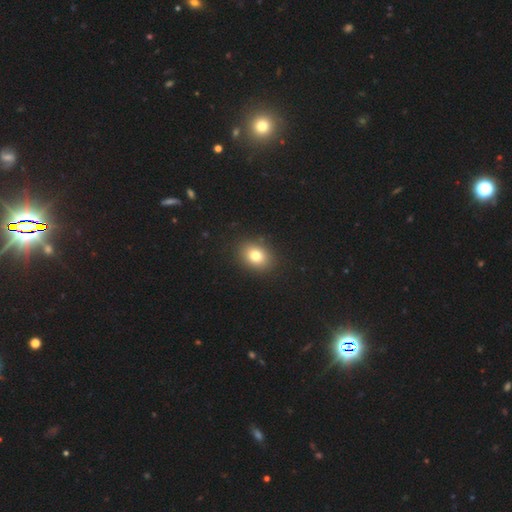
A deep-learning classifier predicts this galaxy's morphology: A smooth galaxy with no disk features (78%) that is in between round and cigar-shaped (56%).

Vote fractions:
- Smooth or featured? smooth: 78% / star or artifact: 12% / featured or disk: 10%
- How rounded? in between: 56% / round: 43% / cigar-shaped: 1%
- Merging? none: 89% / minor disturbance: 7% / major disturbance: 3% / merger: 1%